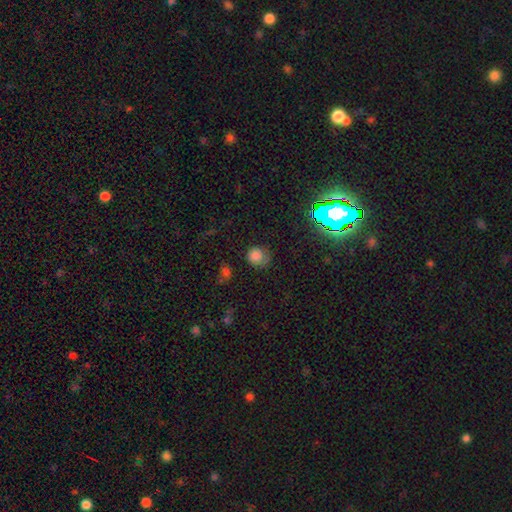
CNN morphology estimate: smooth 77%, star or artifact 16%, featured or disk 7%. Down the decision tree: how rounded — round (84%); merging — none (63%).